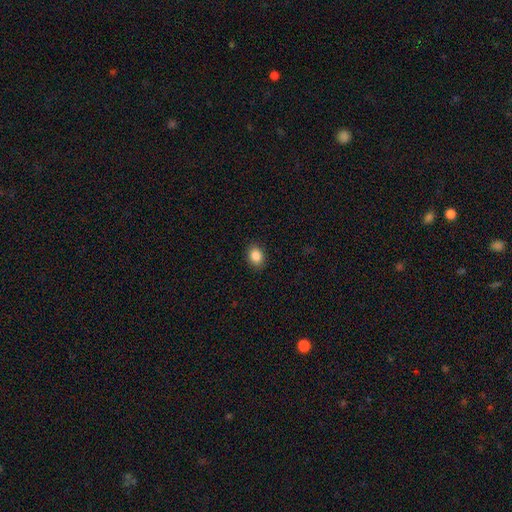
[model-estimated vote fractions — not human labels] Morphology: type=smooth (86%); roundness=in between (57%); merging=none (89%).